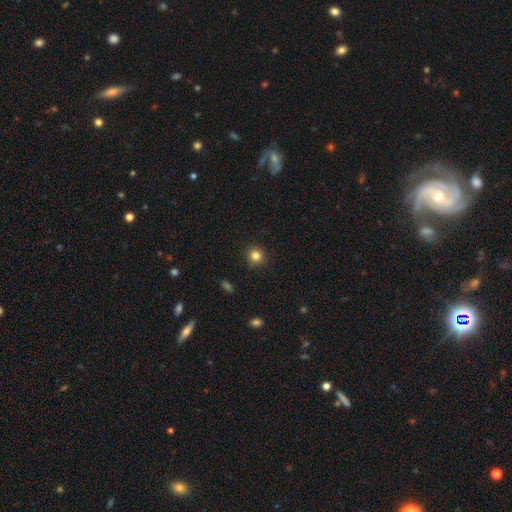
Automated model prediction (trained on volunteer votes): smooth 82%, star or artifact 13%, featured or disk 5%. Down the decision tree: how rounded — round (92%); merging — none (90%).